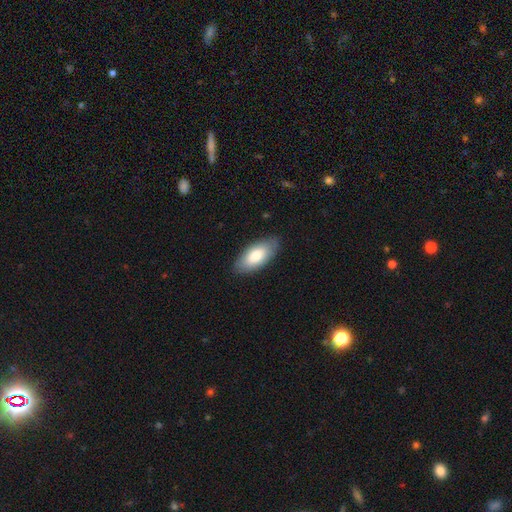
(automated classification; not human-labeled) Smooth or featured? Predicted: smooth (p=0.80). How rounded? Predicted: in between (p=0.90). Merging? Predicted: none (p=0.86).